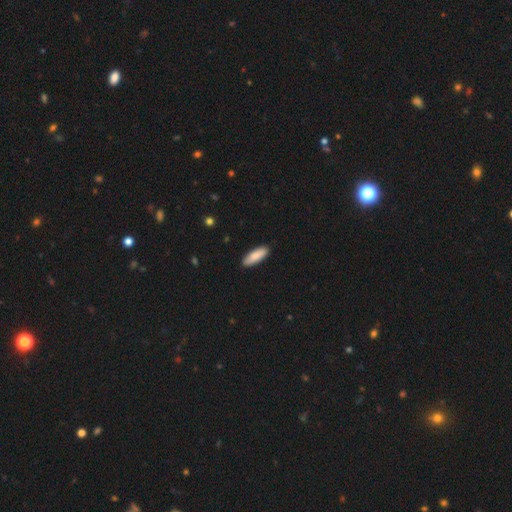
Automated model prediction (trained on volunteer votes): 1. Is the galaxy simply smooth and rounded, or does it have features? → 86% smooth, 9% featured or disk, 5% star or artifact.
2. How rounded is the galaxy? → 59% in between, 40% cigar-shaped, 2% round.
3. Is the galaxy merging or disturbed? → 90% none, 8% minor disturbance, 1% major disturbance, 1% merger.